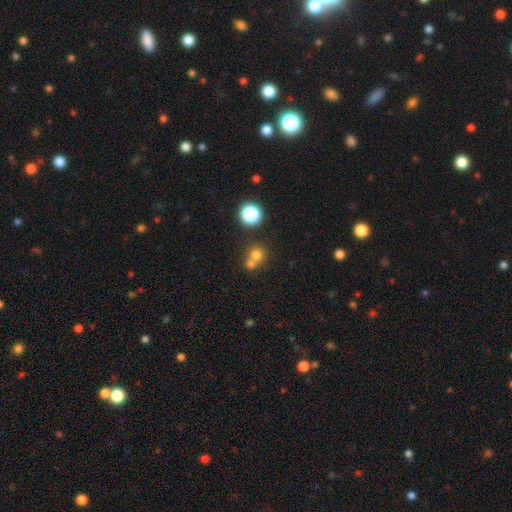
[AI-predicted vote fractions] A smooth galaxy with no disk features (71%) that is round (87%).

Vote fractions:
- Smooth or featured? smooth: 71% / star or artifact: 18% / featured or disk: 11%
- How rounded? round: 87% / in between: 12% / cigar-shaped: 1%
- Merging? merger: 47% / none: 45% / minor disturbance: 5% / major disturbance: 2%